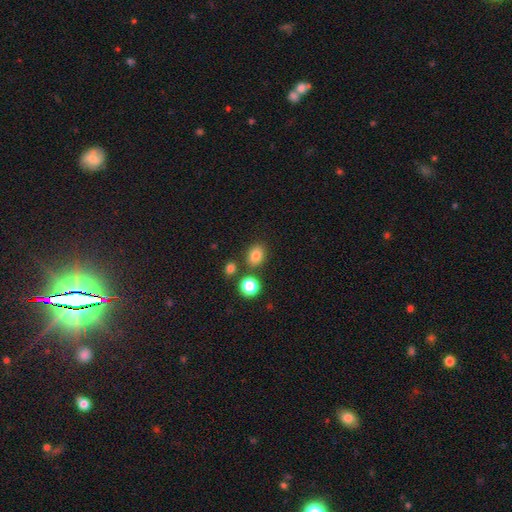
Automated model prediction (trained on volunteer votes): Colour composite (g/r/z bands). It shows a smooth galaxy with no disk features (82%) that is in between round and cigar-shaped (50%). Merging: none (77%).